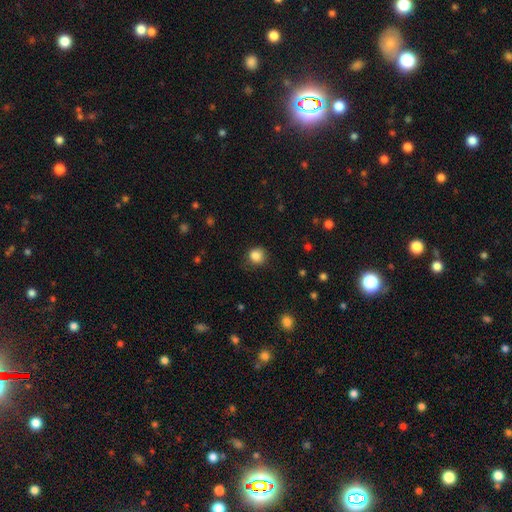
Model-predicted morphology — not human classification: Smooth or featured: smooth — 86% (star or artifact — 11%)
How rounded: round — 87% (in between — 12%)
Merging: none — 80% (minor disturbance — 15%)